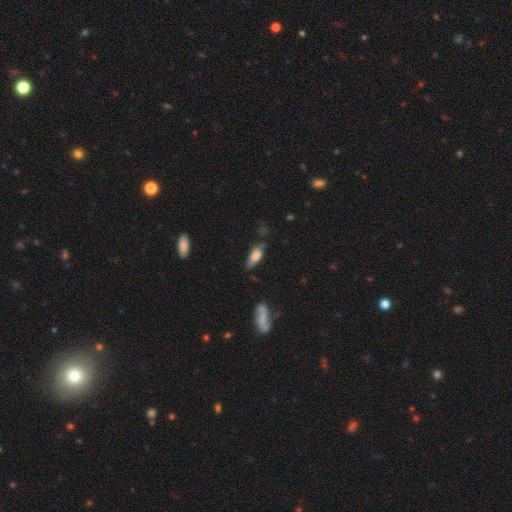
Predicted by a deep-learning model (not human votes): smooth-or-featured: smooth: 60% | featured or disk: 32% | star or artifact: 8%
  how-rounded: in between: 66% | cigar-shaped: 31% | round: 3%
  merging: none: 57% | minor disturbance: 29% | major disturbance: 10% | merger: 4%